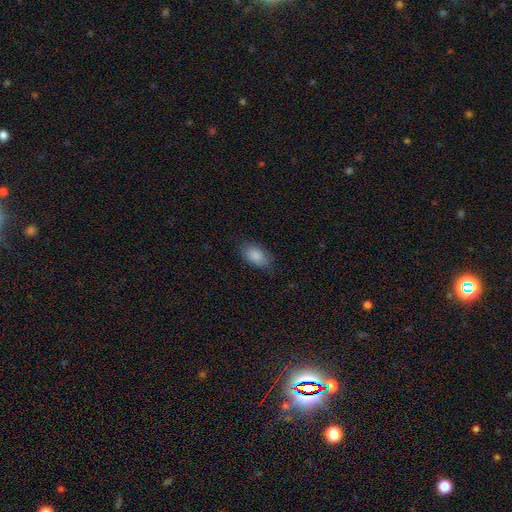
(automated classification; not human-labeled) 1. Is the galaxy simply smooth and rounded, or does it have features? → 87% smooth, 7% star or artifact, 6% featured or disk.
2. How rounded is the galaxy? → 93% in between, 5% round, 2% cigar-shaped.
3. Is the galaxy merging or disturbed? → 80% none, 15% minor disturbance, 4% major disturbance, 1% merger.